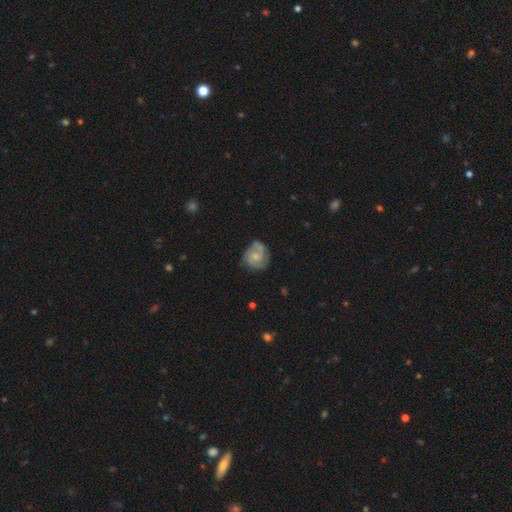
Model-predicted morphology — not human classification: Smooth or featured: featured or disk — 70% (smooth — 24%)
Edge-on disk: no — 98% (yes — 2%)
Bar: no — 67% (weak — 29%)
Spiral arms: yes — 91% (no — 9%)
Spiral winding: tight — 48% (medium — 40%)
Spiral arm count: 2 — 54% (3 — 21%)
Bulge size: small — 48% (moderate — 36%)
Merging: none — 63% (minor disturbance — 24%)